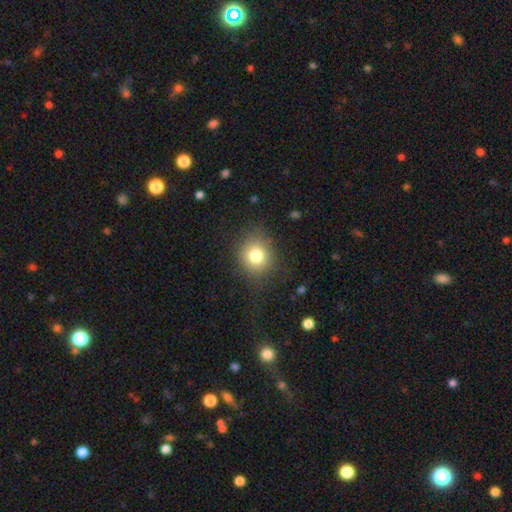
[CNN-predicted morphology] The model was most divided on "how rounded": round: 81%, in between: 18%, cigar-shaped: 1%. More confident: merging — none (83%); smooth or featured — smooth (78%).